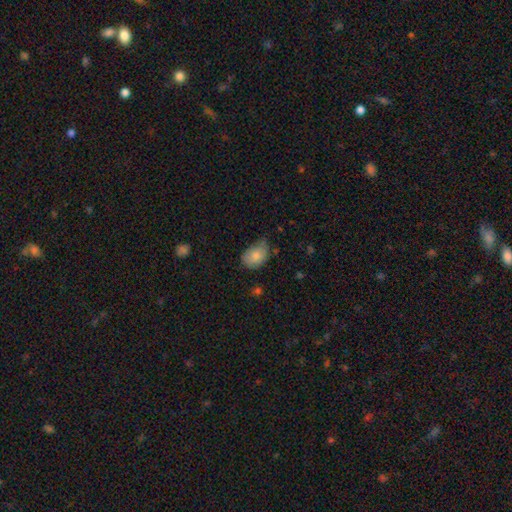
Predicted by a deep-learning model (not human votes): Q: Smooth or featured?
A: smooth (81%); runner-up: featured or disk (10%)
Q: How rounded?
A: in between (71%); runner-up: round (28%)
Q: Merging?
A: minor disturbance (45%); runner-up: none (41%)